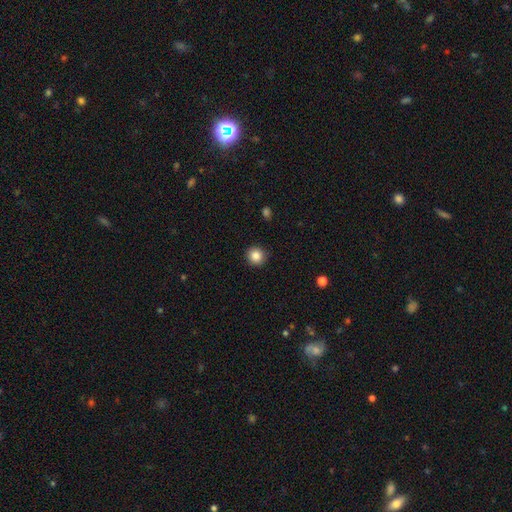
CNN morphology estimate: This is clearly a smooth galaxy (86%). How rounded: clearly round (94%). Merging: clearly none (91%).